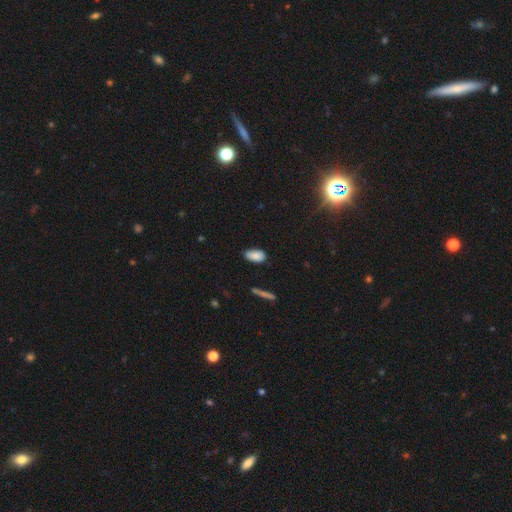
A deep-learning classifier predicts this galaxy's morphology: Smooth or featured? smooth (86%)
How rounded? in between (93%)
Merging? none (78%)